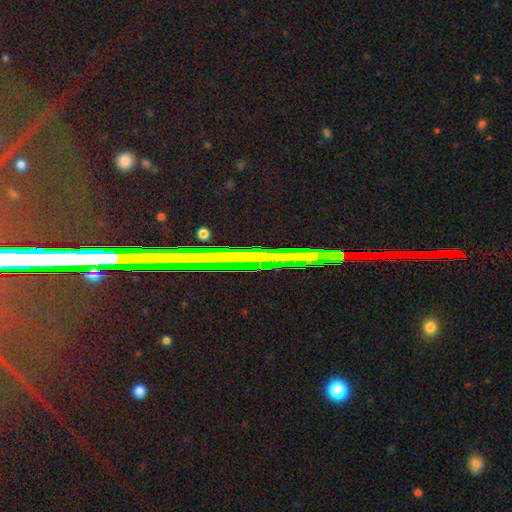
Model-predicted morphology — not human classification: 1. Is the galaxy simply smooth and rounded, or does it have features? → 69% star or artifact, 21% featured or disk, 10% smooth.